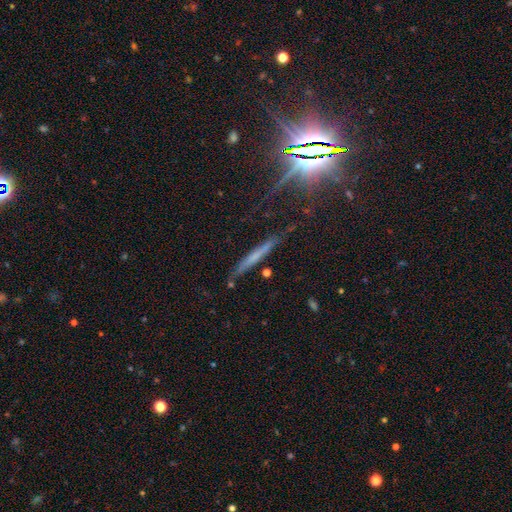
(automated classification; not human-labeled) A featured or disk galaxy (42%, tied with smooth).

Vote fractions:
- Smooth or featured? featured or disk: 42% (tied) / smooth: 42% (tied) / star or artifact: 16%
- Merging? none: 80% / minor disturbance: 15% / major disturbance: 3% / merger: 3%